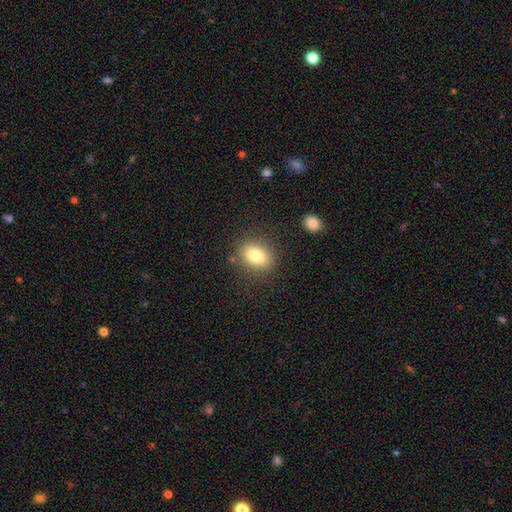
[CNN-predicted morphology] Smooth or featured? smooth (82%)
How rounded? in between (77%)
Merging? none (82%)